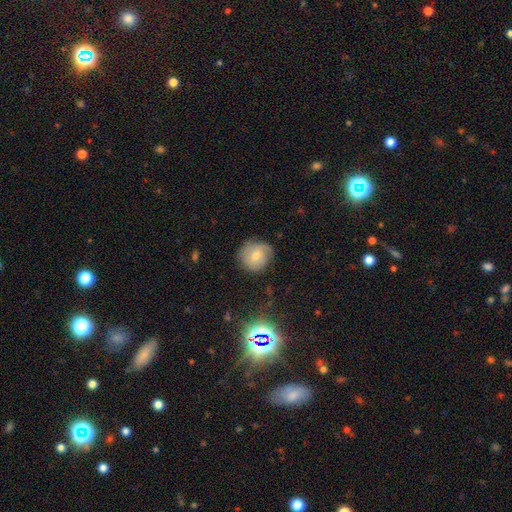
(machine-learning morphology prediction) smooth-or-featured: smooth: 56% | featured or disk: 34% | star or artifact: 10%
  how-rounded: round: 85% | in between: 14% | cigar-shaped: 1%
  merging: none: 65% | minor disturbance: 26% | major disturbance: 8% | merger: 2%